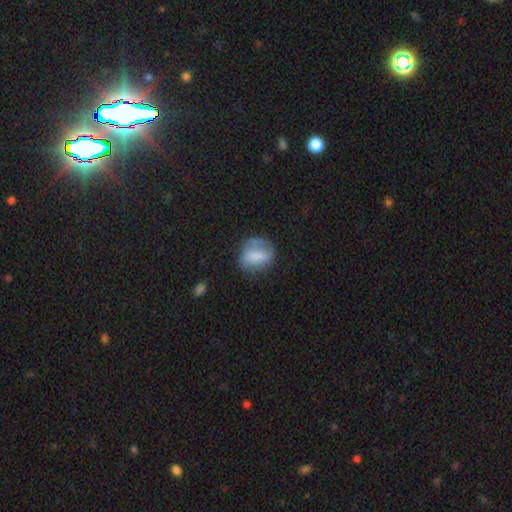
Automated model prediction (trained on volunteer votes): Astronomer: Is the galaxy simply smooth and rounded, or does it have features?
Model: smooth — 66%.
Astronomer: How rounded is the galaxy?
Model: round — 57% (runner-up: in between, 41%).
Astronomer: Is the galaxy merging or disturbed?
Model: none — 52% (runner-up: minor disturbance, 28%).